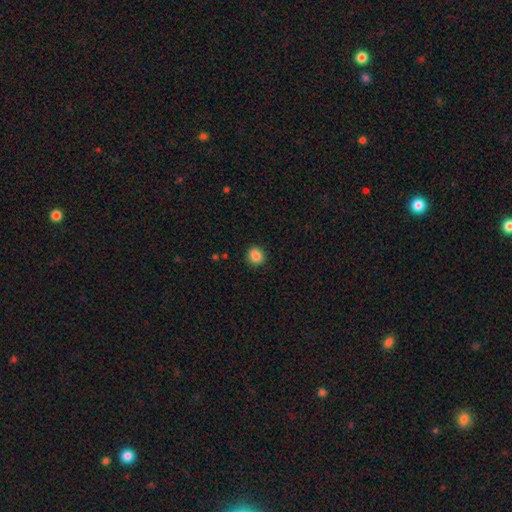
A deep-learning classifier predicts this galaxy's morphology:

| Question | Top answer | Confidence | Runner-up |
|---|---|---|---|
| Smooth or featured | smooth | 86% | star or artifact (10%) |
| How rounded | round | 82% | in between (17%) |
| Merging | none | 87% | minor disturbance (9%) |